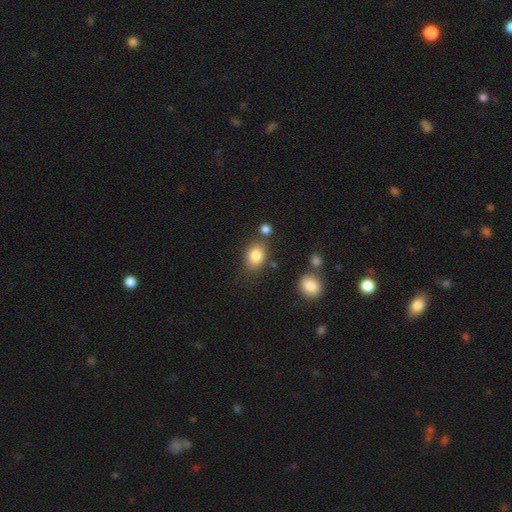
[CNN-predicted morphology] The model was most divided on "how rounded": in between: 60%, round: 39%, cigar-shaped: 1%. More confident: smooth or featured — smooth (83%); merging — none (73%).